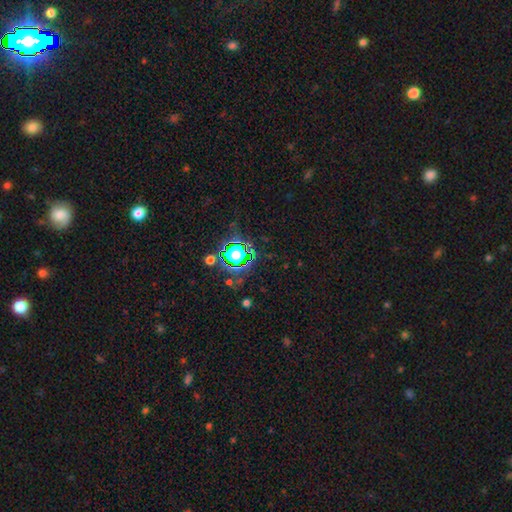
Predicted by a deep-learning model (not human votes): smooth-or-featured: star or artifact: 81% | smooth: 12% | featured or disk: 7%